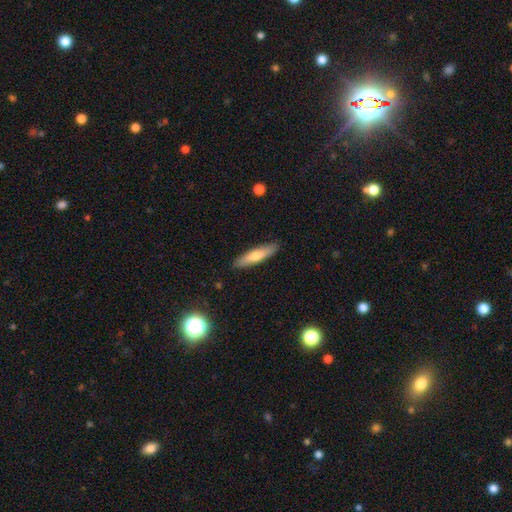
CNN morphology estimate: Smooth or featured? smooth (64%)
How rounded? cigar-shaped (80%)
Merging? none (89%)